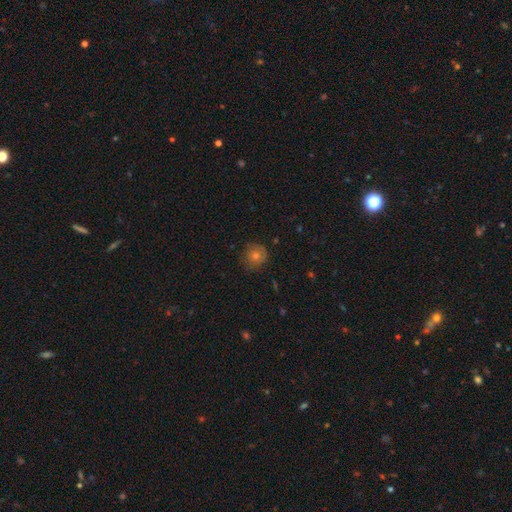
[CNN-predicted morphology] Smooth or featured? Predicted: smooth (p=0.60). How rounded? Predicted: round (p=0.92). Merging? Predicted: none (p=0.82).